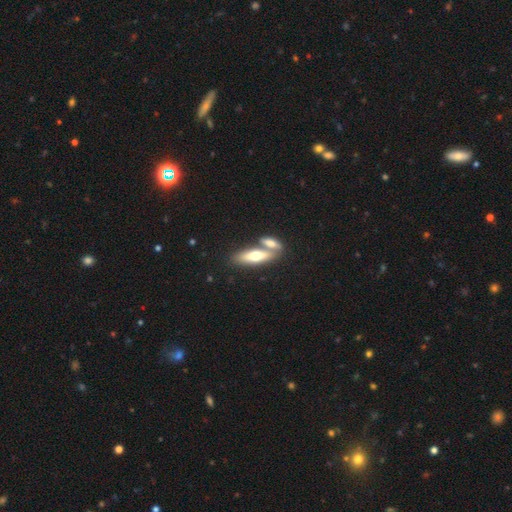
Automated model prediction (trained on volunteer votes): Overall: smooth (57%; featured or disk 37%). How rounded: in between (49%; cigar-shaped 48%). Merging: merger (44%, tied with none).